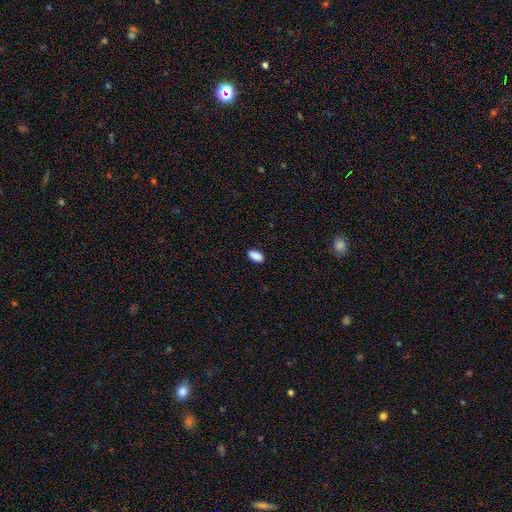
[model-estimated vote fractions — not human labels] smooth_or_featured: smooth (p=0.90) [alt: star or artifact p=0.08]
how_rounded: in between (p=0.92) [alt: cigar-shaped p=0.05]
merging: none (p=0.88) [alt: minor disturbance p=0.09]